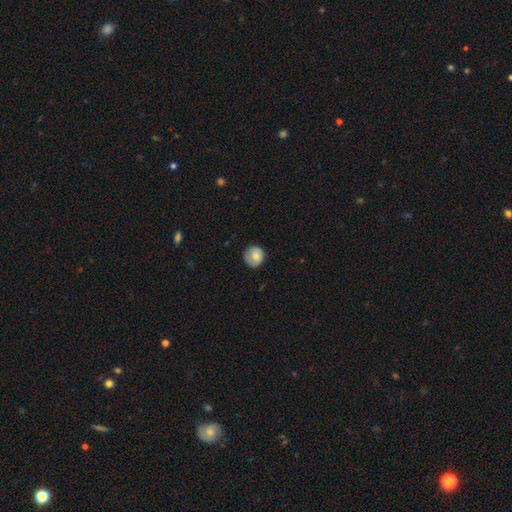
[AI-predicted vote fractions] The model was most divided on "merging": none: 77%, minor disturbance: 18%, major disturbance: 4%, merger: 1%. More confident: how rounded — round (87%); smooth or featured — smooth (78%).